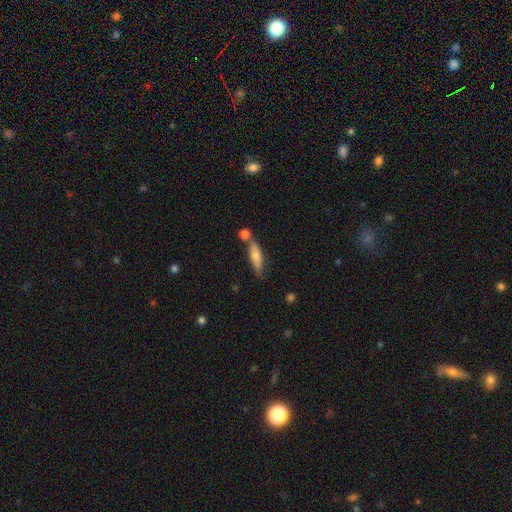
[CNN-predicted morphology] A smooth galaxy with no disk features (67%) that is cigar-shaped (61%).

Vote fractions:
- Smooth or featured? smooth: 67% / featured or disk: 26% / star or artifact: 7%
- How rounded? cigar-shaped: 61% / in between: 37% / round: 3%
- Merging? none: 56% / merger: 22% / minor disturbance: 17% / major disturbance: 5%